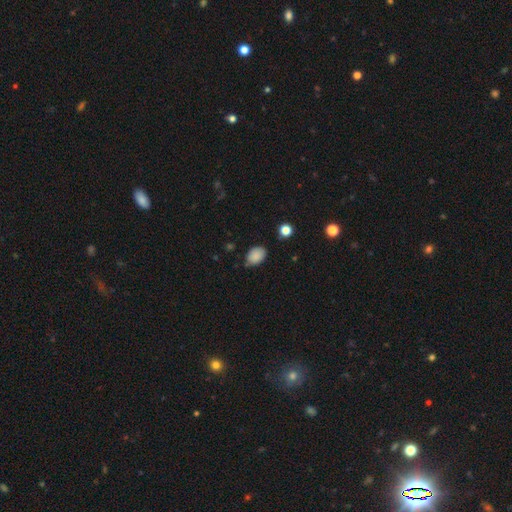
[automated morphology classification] Smooth or featured: smooth — 86% (star or artifact — 9%)
How rounded: in between — 78% (round — 21%)
Merging: none — 72% (minor disturbance — 22%)